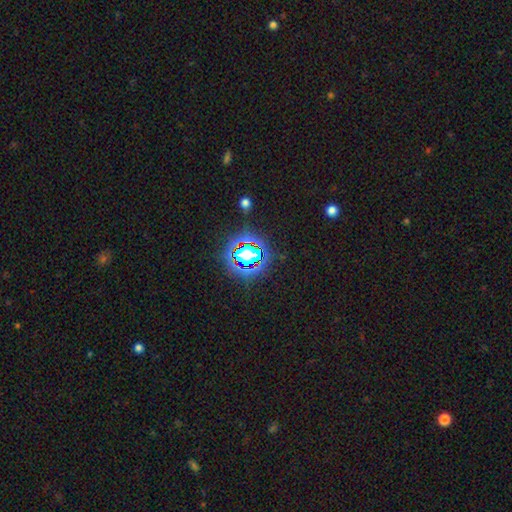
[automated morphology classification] Smooth or featured? Predicted: star or artifact (p=0.76).